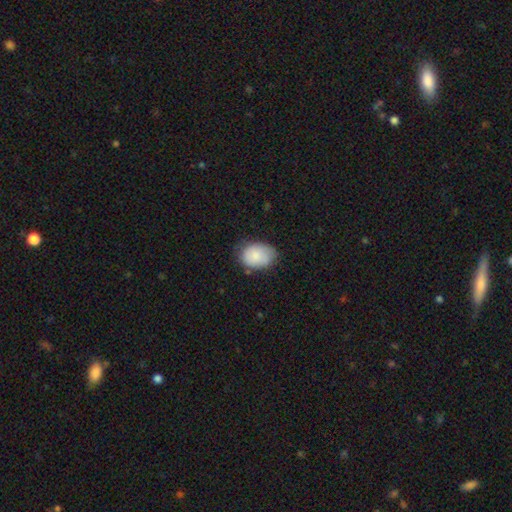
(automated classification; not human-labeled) smooth-or-featured: smooth: 84% | featured or disk: 10% | star or artifact: 7%
  how-rounded: in between: 75% | round: 24% | cigar-shaped: 1%
  merging: none: 64% | minor disturbance: 28% | major disturbance: 6% | merger: 2%